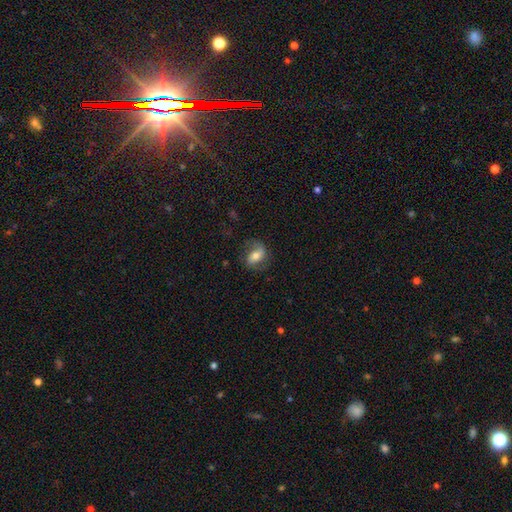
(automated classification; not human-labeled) This is possibly a smooth galaxy (50%). Merging: likely none (68%).